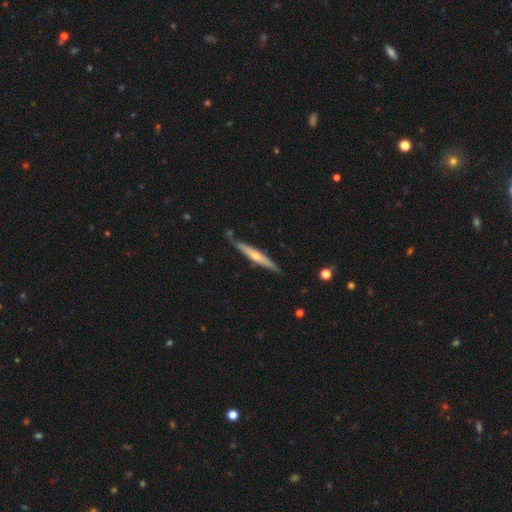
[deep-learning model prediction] A featured or disk galaxy (55%) viewed edge-on (93%) with a rounded central bulge (68%).

Vote fractions:
- Smooth or featured? featured or disk: 55% / smooth: 40% / star or artifact: 5%
- Edge-on disk? yes: 93% / no: 7%
- Edge-on bulge? rounded: 68% / none: 27% / boxy: 5%
- Merging? none: 78% / minor disturbance: 16% / merger: 3% / major disturbance: 3%